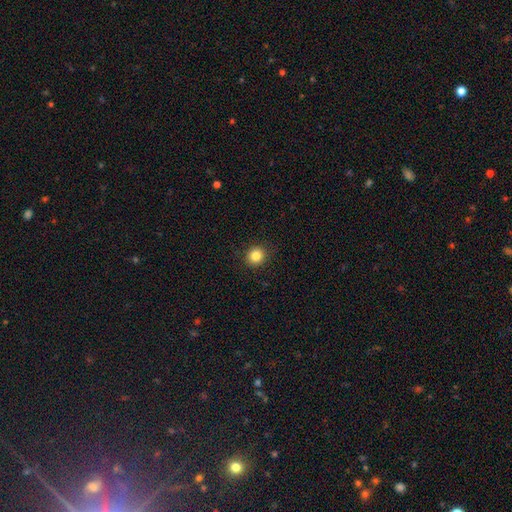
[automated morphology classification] A smooth galaxy with no disk features (84%) that is round (88%).

Vote fractions:
- Smooth or featured? smooth: 84% / star or artifact: 11% / featured or disk: 5%
- How rounded? round: 88% / in between: 11% / cigar-shaped: 1%
- Merging? none: 90% / minor disturbance: 7% / major disturbance: 2% / merger: 1%